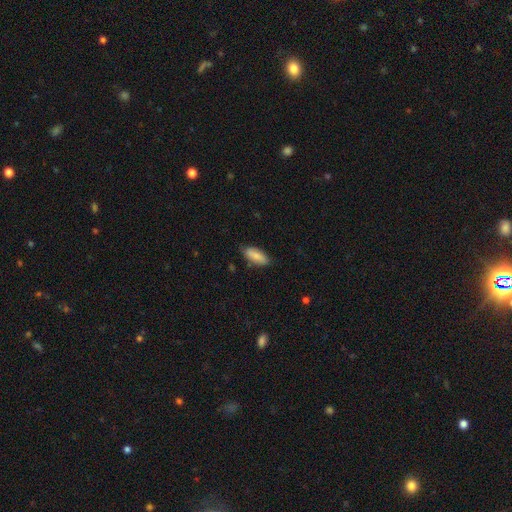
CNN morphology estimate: Smooth or featured?
  - smooth: 83% *
  - featured or disk: 11%
  - star or artifact: 6%
How rounded?
  - in between: 83% *
  - cigar-shaped: 15%
  - round: 2%
Merging?
  - none: 79% *
  - minor disturbance: 17%
  - major disturbance: 3%
  - merger: 2%